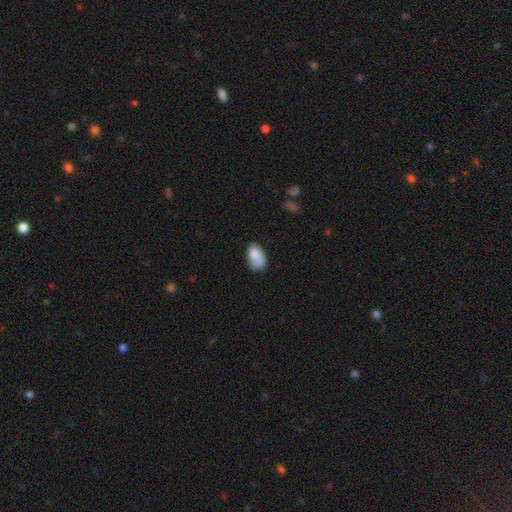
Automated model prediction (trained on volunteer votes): This is clearly a smooth galaxy (84%). How rounded: clearly in between (93%). Merging: likely none (61%).